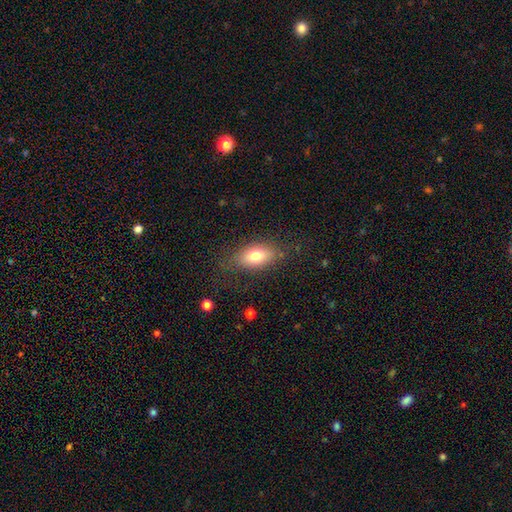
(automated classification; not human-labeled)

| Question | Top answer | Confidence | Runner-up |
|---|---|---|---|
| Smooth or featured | smooth | 75% | featured or disk (17%) |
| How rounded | in between | 86% | round (8%) |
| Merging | none | 76% | minor disturbance (16%) |